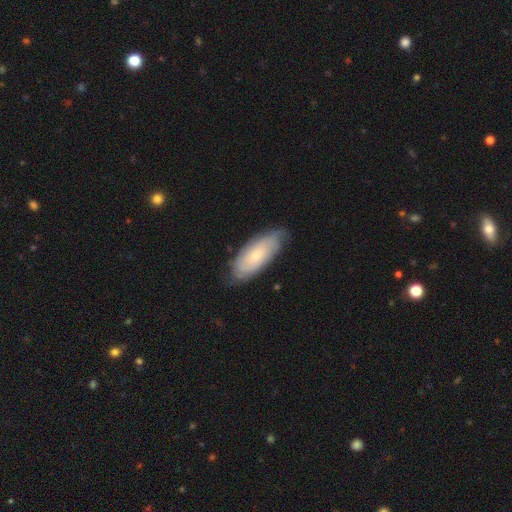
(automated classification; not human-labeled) smooth_or_featured: featured or disk (p=0.48) [alt: smooth p=0.46]
merging: none (p=0.72) [alt: minor disturbance p=0.22]